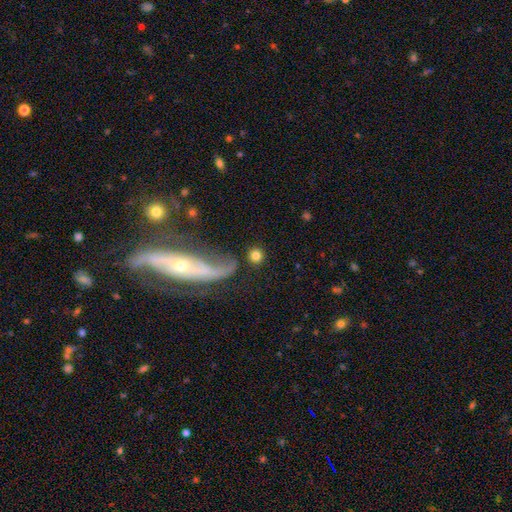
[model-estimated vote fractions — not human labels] Morphology: type=smooth (79%); roundness=round (90%); merging=none (76%).